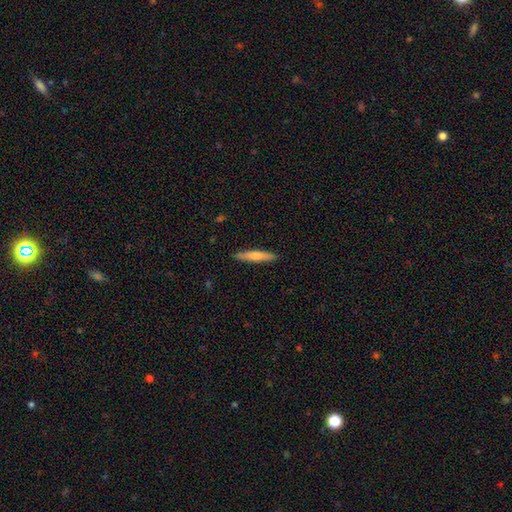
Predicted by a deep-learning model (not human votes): Morphology: type=smooth (52%); roundness=cigar-shaped (92%); merging=none (91%).